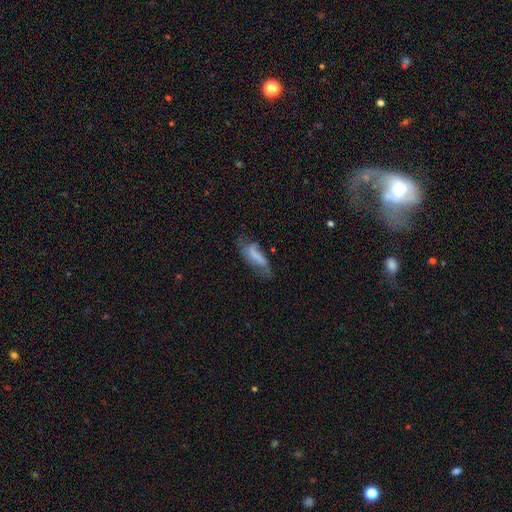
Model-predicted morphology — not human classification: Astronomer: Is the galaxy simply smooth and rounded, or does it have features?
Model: smooth — 54% (runner-up: featured or disk, 37%).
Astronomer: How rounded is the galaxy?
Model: in between — 61% (runner-up: cigar-shaped, 37%).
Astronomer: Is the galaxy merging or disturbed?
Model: none — 41% (runner-up: minor disturbance, 32%).